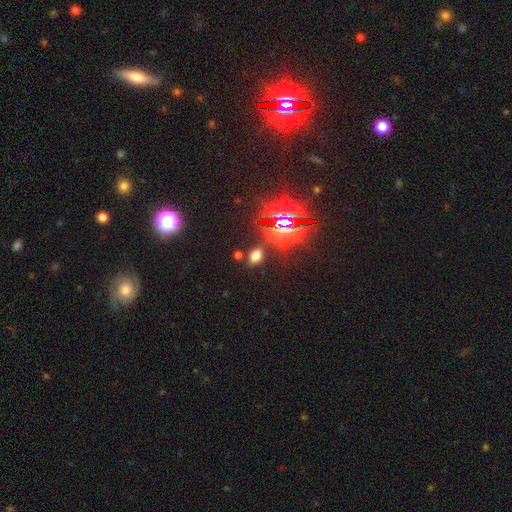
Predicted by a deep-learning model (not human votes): Smooth or featured: smooth — 55% (star or artifact — 37%)
How rounded: in between — 84% (round — 14%)
Merging: none — 83% (minor disturbance — 9%)